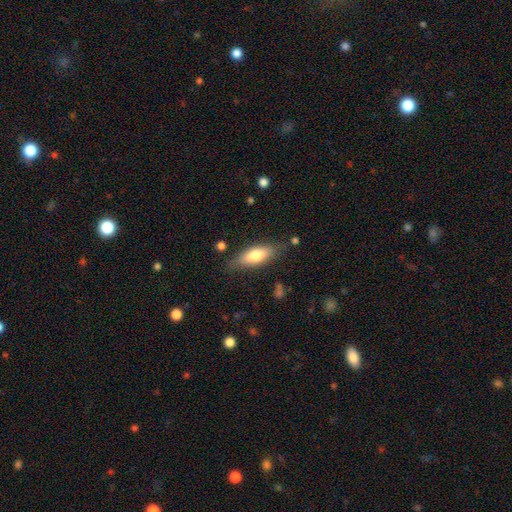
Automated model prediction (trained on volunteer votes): A smooth galaxy with no disk features (73%) that is in between round and cigar-shaped (67%).

Vote fractions:
- Smooth or featured? smooth: 73% / featured or disk: 21% / star or artifact: 6%
- How rounded? in between: 67% / cigar-shaped: 30% / round: 2%
- Merging? none: 78% / minor disturbance: 16% / major disturbance: 4% / merger: 2%